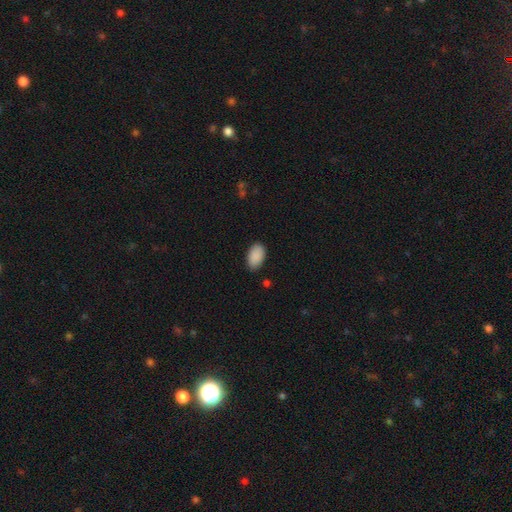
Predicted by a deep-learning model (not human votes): Smooth or featured? smooth (90%)
How rounded? in between (94%)
Merging? none (85%)